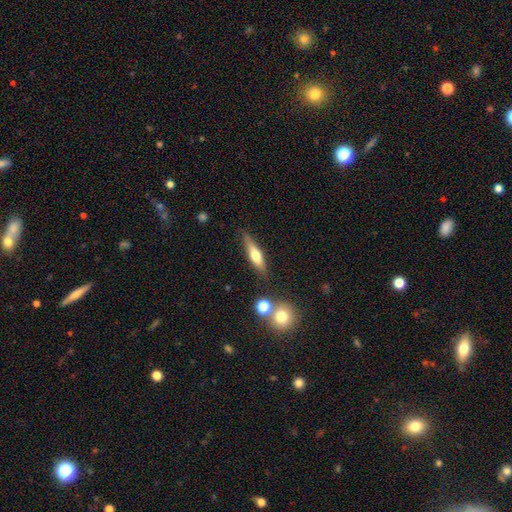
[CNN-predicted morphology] Q: Smooth or featured?
A: smooth (52%); runner-up: featured or disk (40%)
Q: How rounded?
A: cigar-shaped (69%); runner-up: in between (28%)
Q: Merging?
A: none (76%); runner-up: minor disturbance (15%)